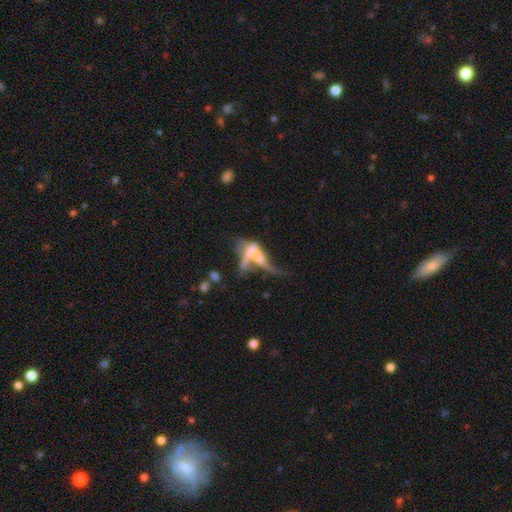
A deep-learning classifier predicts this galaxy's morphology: Smooth or featured? featured or disk (52%)
Edge-on disk? no (77%)
Merging? merger (40%)